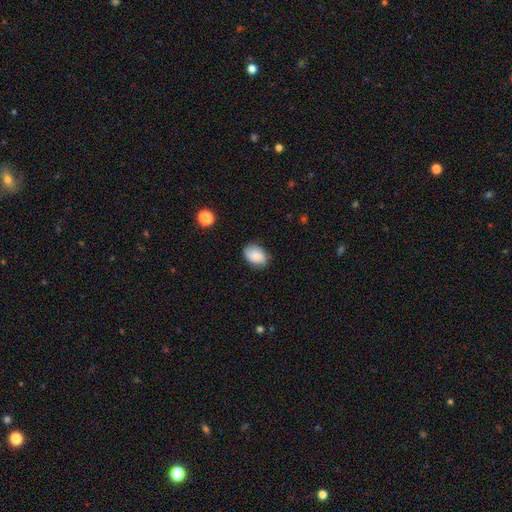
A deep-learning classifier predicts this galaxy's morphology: smooth-or-featured: smooth: 79% | featured or disk: 13% | star or artifact: 8%
  how-rounded: in between: 78% | round: 21% | cigar-shaped: 1%
  merging: none: 76% | minor disturbance: 19% | major disturbance: 4% | merger: 1%